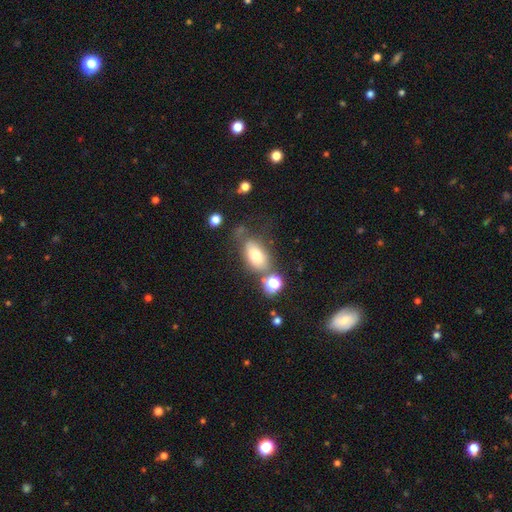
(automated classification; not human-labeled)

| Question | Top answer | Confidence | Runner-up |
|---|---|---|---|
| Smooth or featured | smooth | 71% | featured or disk (18%) |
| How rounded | in between | 85% | round (10%) |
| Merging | none | 57% | minor disturbance (20%) |